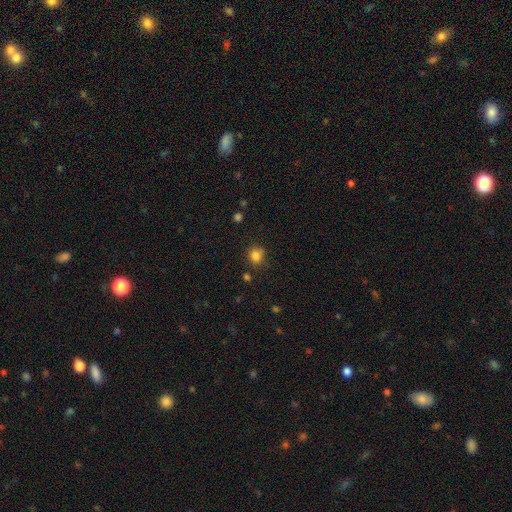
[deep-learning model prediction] A smooth galaxy with no disk features (82%) that is round (75%).

Vote fractions:
- Smooth or featured? smooth: 82% / star or artifact: 13% / featured or disk: 5%
- How rounded? round: 75% / in between: 24% / cigar-shaped: 1%
- Merging? none: 78% / minor disturbance: 14% / merger: 4% / major disturbance: 4%